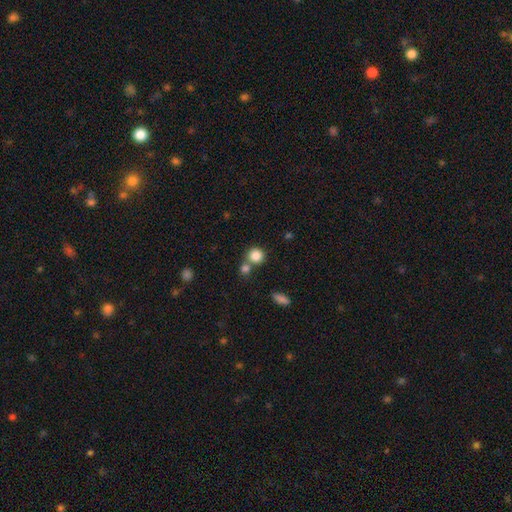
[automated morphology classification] Overall: smooth (84%). How rounded: round (90%). Merging: none (60%; merger 29%).